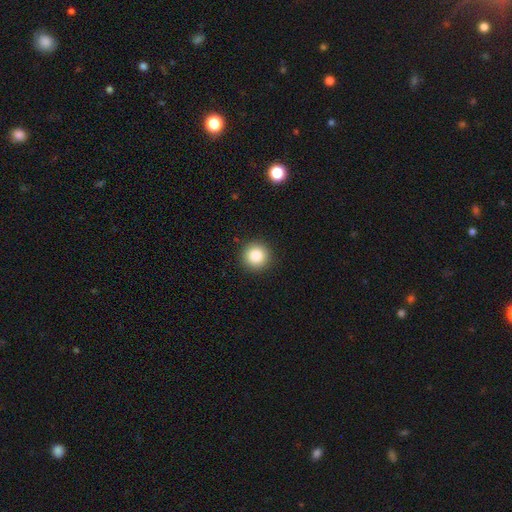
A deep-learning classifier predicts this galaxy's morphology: This appears to be a smooth galaxy with no disk features (85%) that is round (95%). Merging: none (92%).